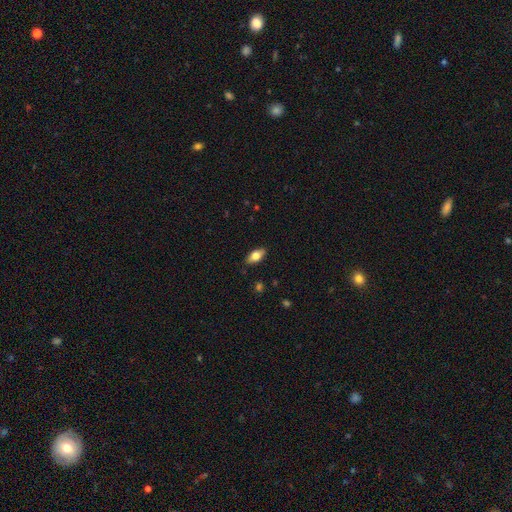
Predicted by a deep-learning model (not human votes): smooth_or_featured: smooth (p=0.72) [alt: featured or disk p=0.21]
how_rounded: in between (p=0.87) [alt: cigar-shaped p=0.09]
merging: none (p=0.87) [alt: minor disturbance p=0.10]